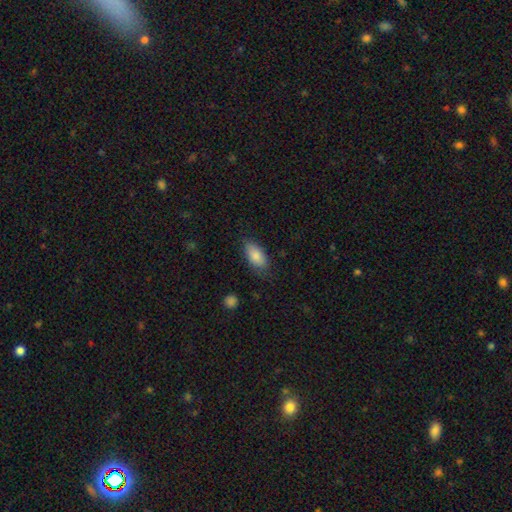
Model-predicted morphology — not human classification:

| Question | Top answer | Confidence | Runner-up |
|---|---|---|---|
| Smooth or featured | smooth | 85% | featured or disk (8%) |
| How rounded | in between | 90% | cigar-shaped (7%) |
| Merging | none | 75% | minor disturbance (19%) |